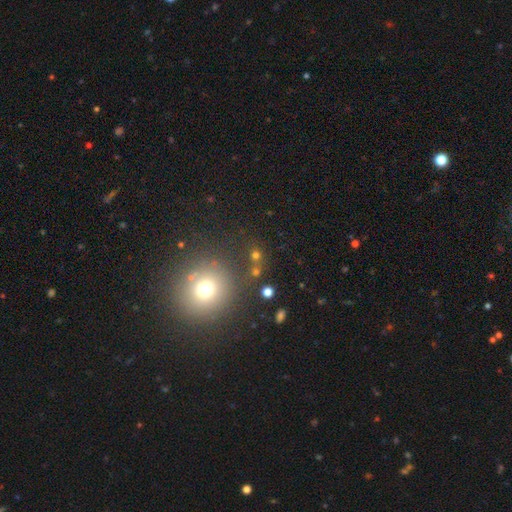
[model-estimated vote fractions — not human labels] smooth_or_featured: smooth (p=0.61) [alt: star or artifact p=0.29]
how_rounded: round (p=0.83) [alt: in between p=0.16]
merging: none (p=0.69) [alt: merger p=0.14]